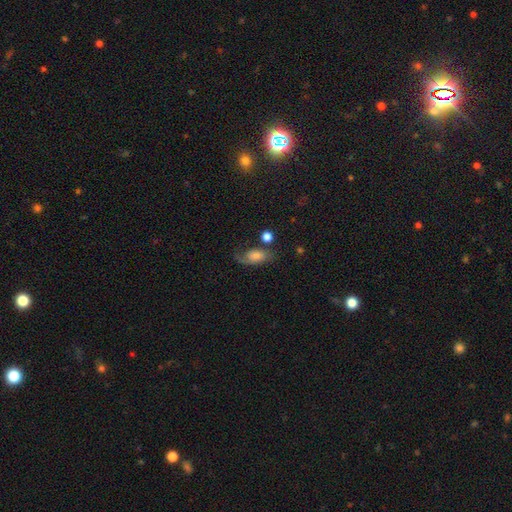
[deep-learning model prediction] A featured or disk galaxy (48%).

Vote fractions:
- Smooth or featured? featured or disk: 48% / smooth: 40% / star or artifact: 13%
- Merging? none: 51% / minor disturbance: 24% / major disturbance: 19% / merger: 6%